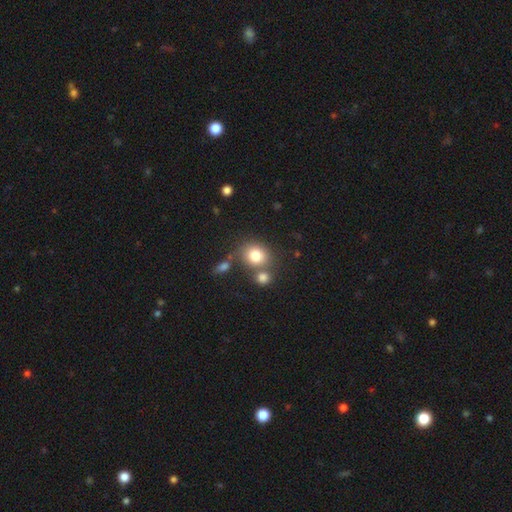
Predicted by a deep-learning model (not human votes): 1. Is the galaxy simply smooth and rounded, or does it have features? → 79% smooth, 11% star or artifact, 10% featured or disk.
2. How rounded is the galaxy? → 69% round, 29% in between, 1% cigar-shaped.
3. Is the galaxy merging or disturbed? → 60% none, 24% merger, 11% minor disturbance, 4% major disturbance.